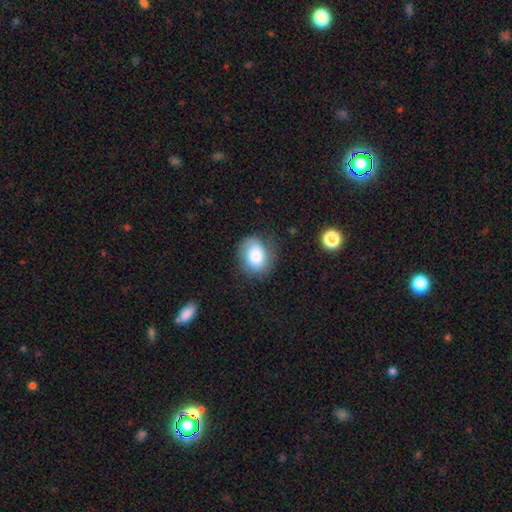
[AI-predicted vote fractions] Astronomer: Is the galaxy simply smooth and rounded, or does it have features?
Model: smooth — 73%.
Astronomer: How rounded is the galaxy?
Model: in between — 54% (runner-up: round, 45%).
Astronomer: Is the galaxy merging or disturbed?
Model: none — 70%.